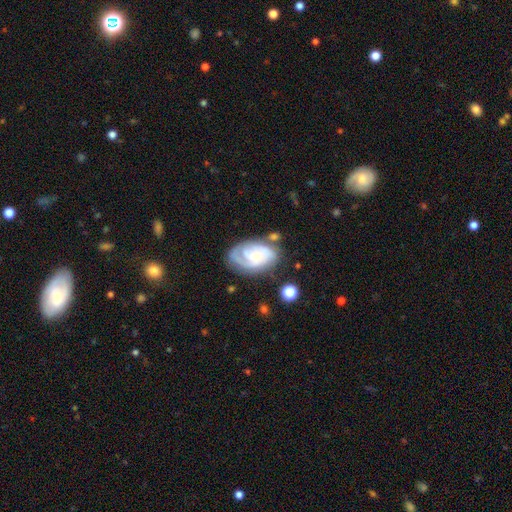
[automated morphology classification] smooth_or_featured: featured or disk (p=0.77) [alt: smooth p=0.17]
disk_edge_on: no (p=0.97) [alt: yes p=0.03]
bar: no (p=0.61) [alt: weak p=0.32]
has_spiral_arms: yes (p=0.94) [alt: no p=0.06]
spiral_winding: tight (p=0.61) [alt: medium p=0.30]
spiral_arm_count: 2 (p=0.46) [alt: can't tell p=0.20]
bulge_size: small (p=0.51) [alt: moderate p=0.28]
merging: none (p=0.65) [alt: minor disturbance p=0.20]